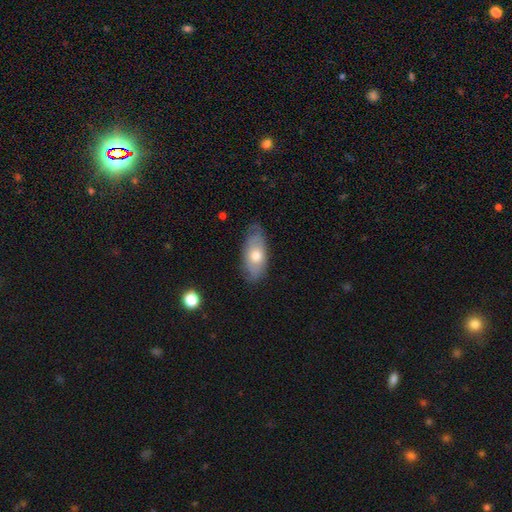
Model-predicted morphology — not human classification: smooth_or_featured: smooth (p=0.61) [alt: featured or disk p=0.33]
how_rounded: in between (p=0.89) [alt: cigar-shaped p=0.08]
merging: none (p=0.71) [alt: minor disturbance p=0.23]